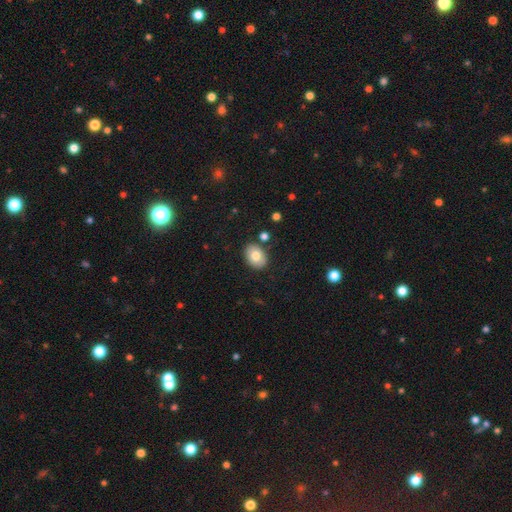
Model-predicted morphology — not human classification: smooth 76%, featured or disk 16%, star or artifact 8%. Down the decision tree: how rounded — in between (71%); merging — none (84%).